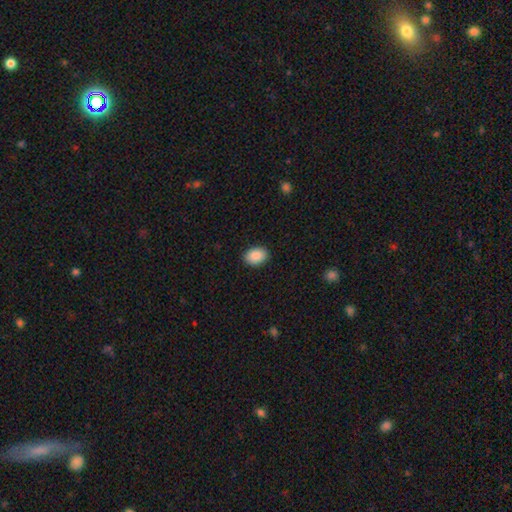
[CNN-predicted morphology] Smooth or featured? Predicted: smooth (p=0.89). How rounded? Predicted: in between (p=0.76). Merging? Predicted: none (p=0.90).